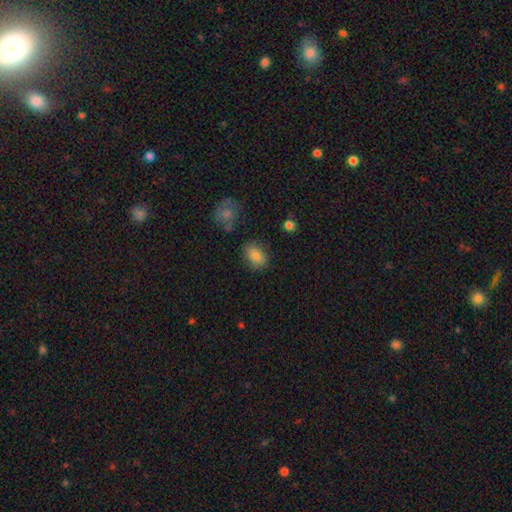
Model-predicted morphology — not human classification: Smooth or featured?
  - smooth: 84% *
  - star or artifact: 10%
  - featured or disk: 7%
How rounded?
  - in between: 80% *
  - round: 18%
  - cigar-shaped: 2%
Merging?
  - none: 80% *
  - minor disturbance: 13%
  - major disturbance: 3%
  - merger: 3%